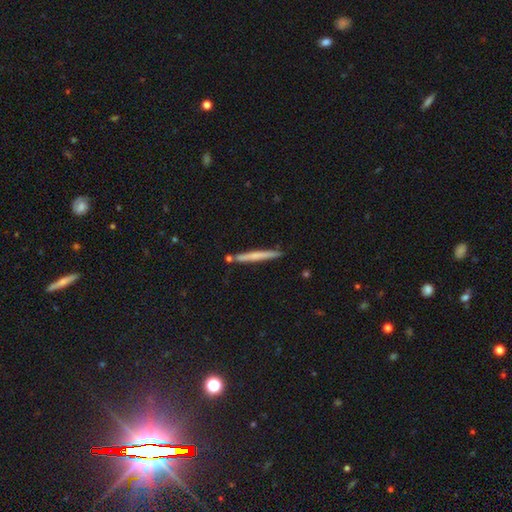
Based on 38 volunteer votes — A smooth galaxy with no disk features (47%) that is cigar-shaped (94%). Merging: none (83%).